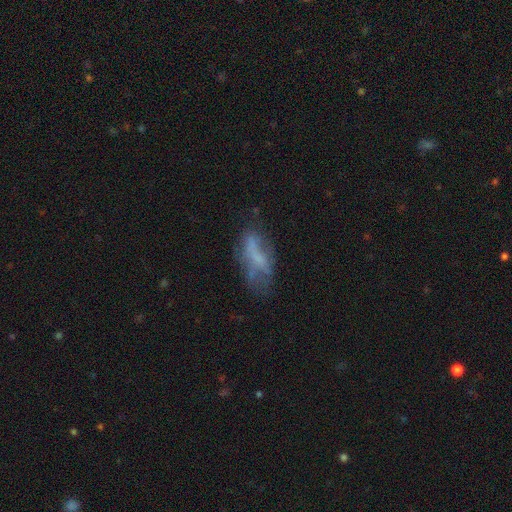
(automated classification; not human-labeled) Morphology: type=featured or disk (45%); merging=none (44%).